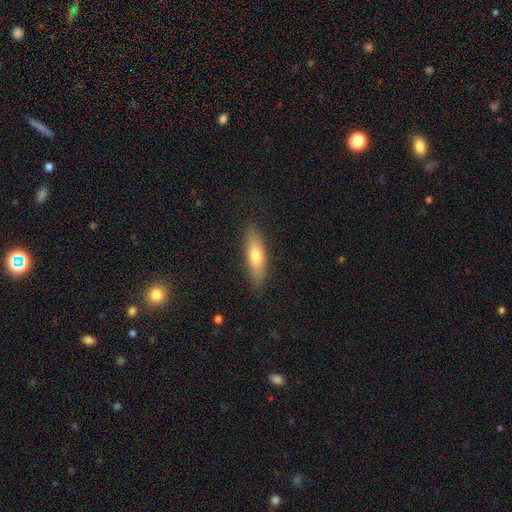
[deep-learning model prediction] smooth 64%, featured or disk 30%, star or artifact 6%. Down the decision tree: how rounded — cigar-shaped (61%); merging — none (87%).